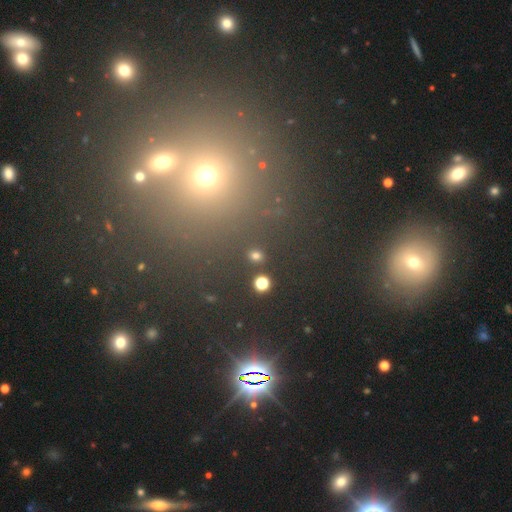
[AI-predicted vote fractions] Q: Smooth or featured?
A: smooth (75%); runner-up: star or artifact (20%)
Q: How rounded?
A: round (76%); runner-up: in between (23%)
Q: Merging?
A: none (87%); runner-up: minor disturbance (6%)